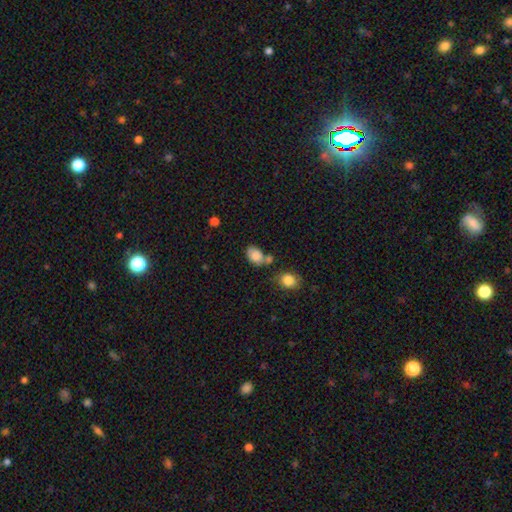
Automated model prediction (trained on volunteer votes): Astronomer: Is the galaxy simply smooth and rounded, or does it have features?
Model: smooth — 83%.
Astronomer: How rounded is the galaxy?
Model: in between — 79%.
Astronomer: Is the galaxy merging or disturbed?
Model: none — 49%.